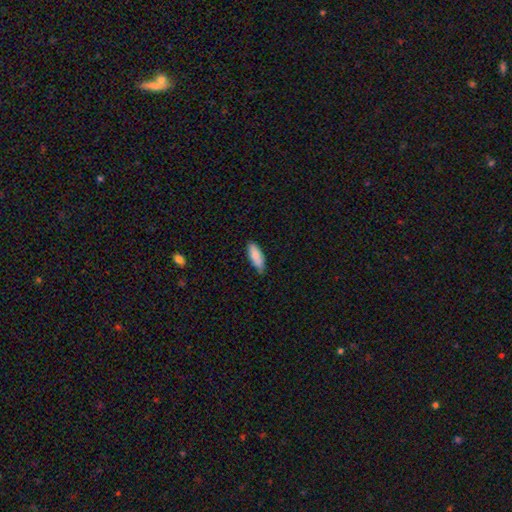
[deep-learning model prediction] Q: Smooth or featured?
A: smooth (84%); runner-up: featured or disk (11%)
Q: How rounded?
A: in between (70%); runner-up: cigar-shaped (28%)
Q: Merging?
A: none (76%); runner-up: minor disturbance (21%)